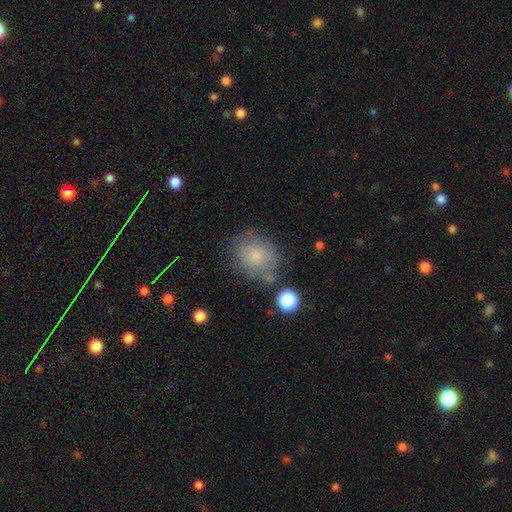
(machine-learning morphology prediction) This is likely a smooth galaxy (72%). How rounded: likely round (63%). Merging: likely none (63%).